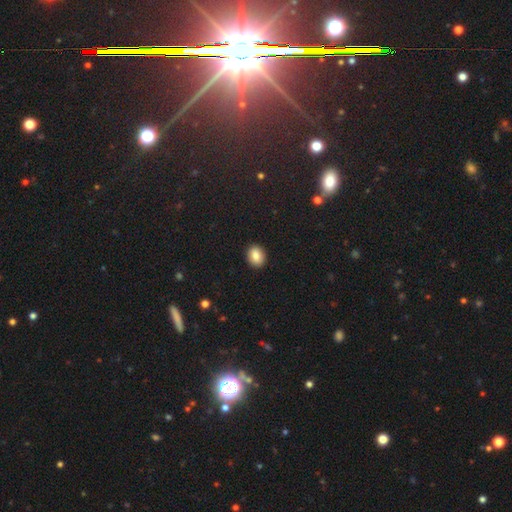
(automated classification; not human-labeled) Smooth or featured?
  - smooth: 85% *
  - star or artifact: 9%
  - featured or disk: 7%
How rounded?
  - round: 51% *
  - in between: 48%
  - cigar-shaped: 1%
Merging?
  - none: 91% *
  - minor disturbance: 6%
  - major disturbance: 2%
  - merger: 1%